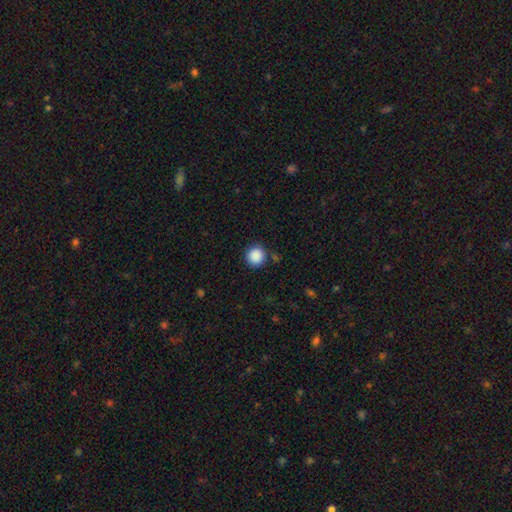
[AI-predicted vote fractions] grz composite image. It shows a smooth galaxy with no disk features (89%) that is round (94%). Merging: none (87%).